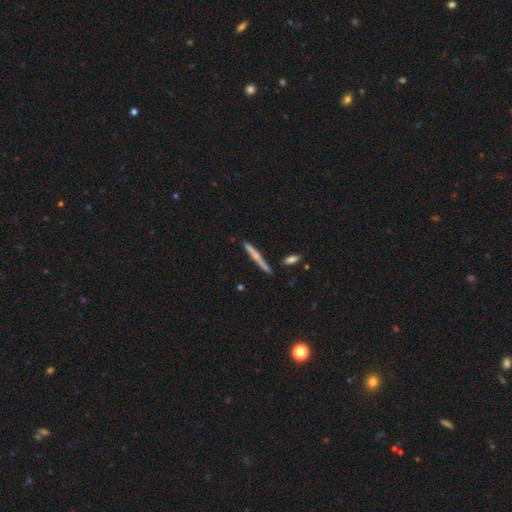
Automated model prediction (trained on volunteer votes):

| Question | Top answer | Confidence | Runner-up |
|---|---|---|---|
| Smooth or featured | featured or disk | 52% | smooth (42%) |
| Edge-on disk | yes | 96% | no (4%) |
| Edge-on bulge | rounded | 54% | none (38%) |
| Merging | none | 83% | minor disturbance (11%) |